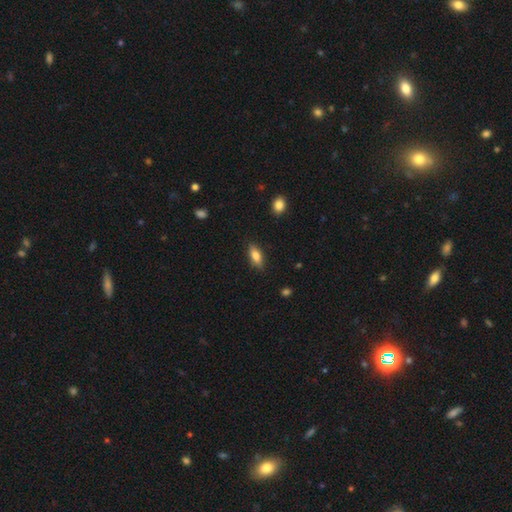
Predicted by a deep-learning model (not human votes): smooth_or_featured: smooth (p=0.75) [alt: featured or disk p=0.18]
how_rounded: in between (p=0.73) [alt: cigar-shaped p=0.24]
merging: none (p=0.84) [alt: minor disturbance p=0.12]